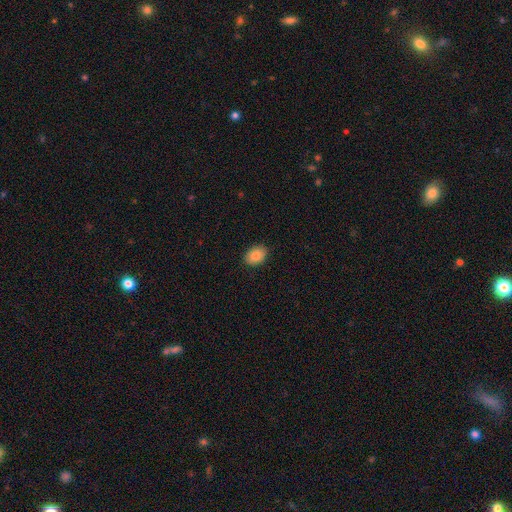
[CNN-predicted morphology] smooth_or_featured: smooth (p=0.86) [alt: star or artifact p=0.08]
how_rounded: in between (p=0.80) [alt: round p=0.19]
merging: none (p=0.89) [alt: minor disturbance p=0.08]